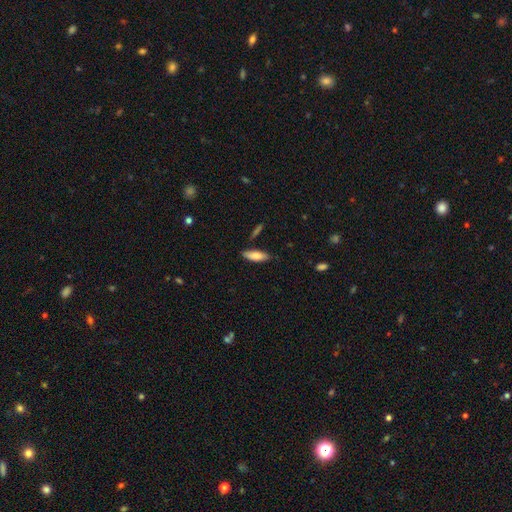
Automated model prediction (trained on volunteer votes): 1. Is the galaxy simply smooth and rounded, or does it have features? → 79% smooth, 14% featured or disk, 6% star or artifact.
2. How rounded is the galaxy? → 59% in between, 40% cigar-shaped, 2% round.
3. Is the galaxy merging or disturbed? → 81% none, 13% minor disturbance, 3% merger, 2% major disturbance.